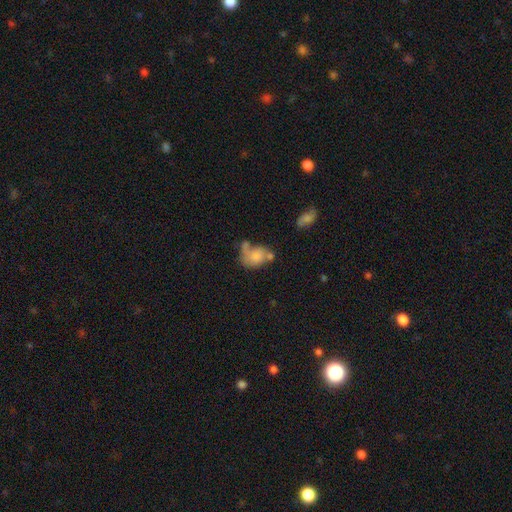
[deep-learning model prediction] smooth_or_featured: smooth (p=0.66) [alt: featured or disk p=0.24]
how_rounded: in between (p=0.67) [alt: round p=0.31]
merging: merger (p=0.32) [alt: none p=0.26]